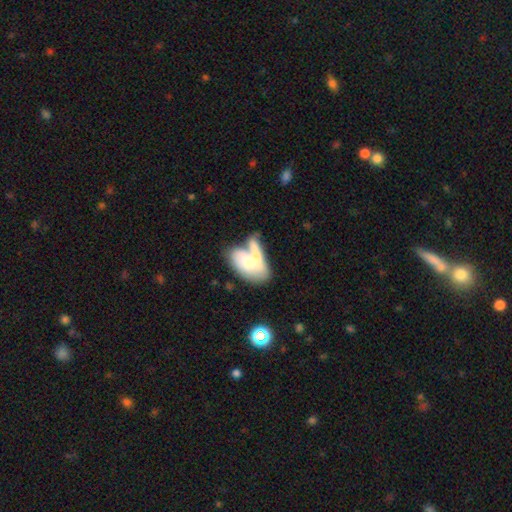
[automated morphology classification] This is likely a smooth galaxy (61%). How rounded: clearly in between (86%). Merging: likely merger (61%).